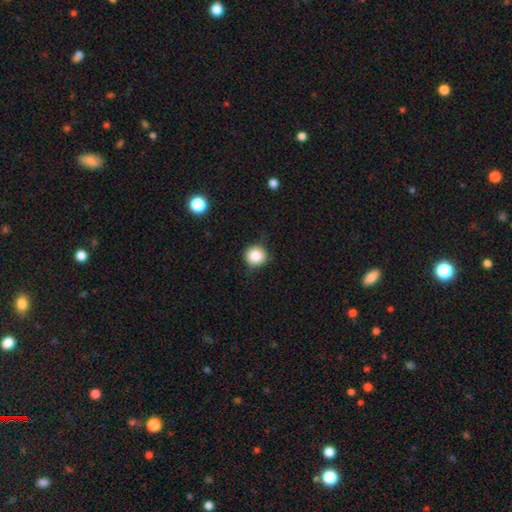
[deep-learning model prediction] smooth 83%, star or artifact 10%, featured or disk 7%. Down the decision tree: how rounded — round (93%); merging — none (80%).